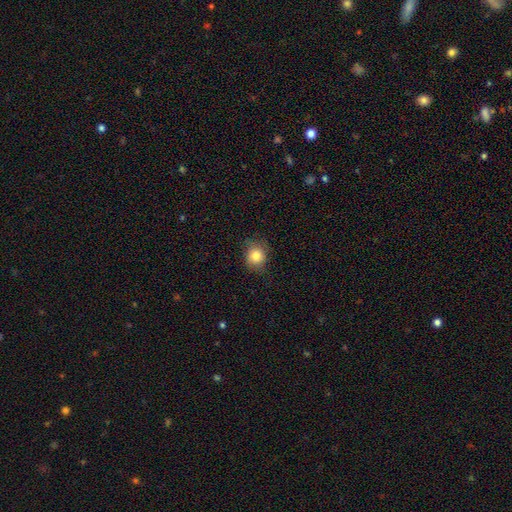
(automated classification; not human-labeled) smooth 84%, star or artifact 10%, featured or disk 7%. Down the decision tree: how rounded — round (75%); merging — none (74%).